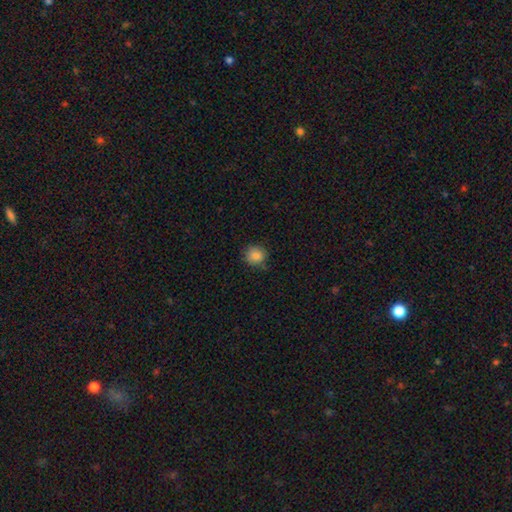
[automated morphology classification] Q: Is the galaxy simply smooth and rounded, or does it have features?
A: smooth — 85%.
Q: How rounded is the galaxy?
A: round — 89%.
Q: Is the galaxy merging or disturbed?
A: none — 81%.